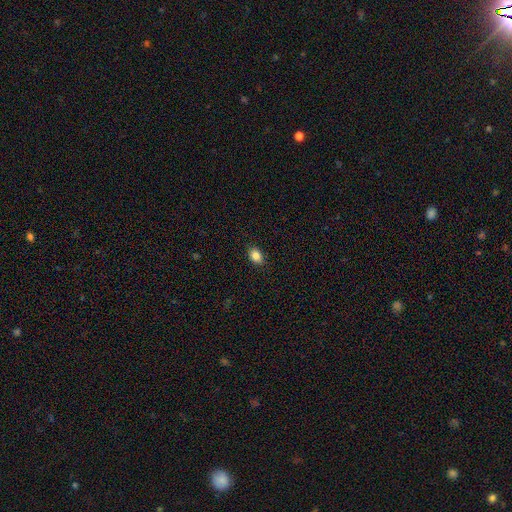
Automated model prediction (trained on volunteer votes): A smooth galaxy with no disk features (85%) that is in between round and cigar-shaped (76%). Merging: none (88%).